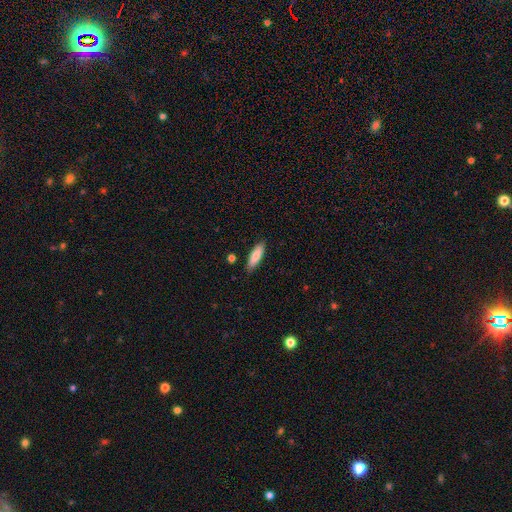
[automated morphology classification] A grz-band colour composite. It shows a smooth galaxy with no disk features (80%) that is cigar-shaped (52%). Merging: none (86%).